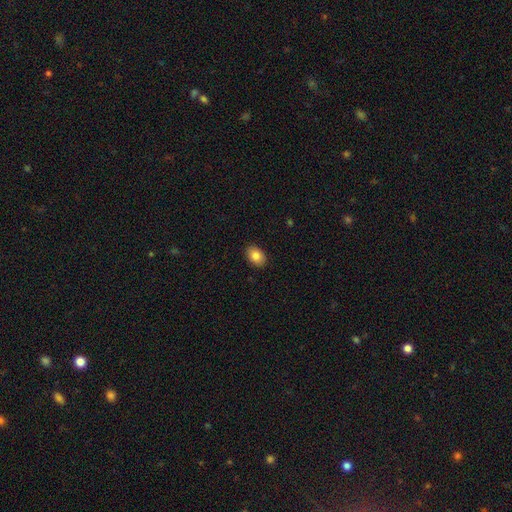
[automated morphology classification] Overall: smooth (85%). How rounded: in between (83%). Merging: none (90%).